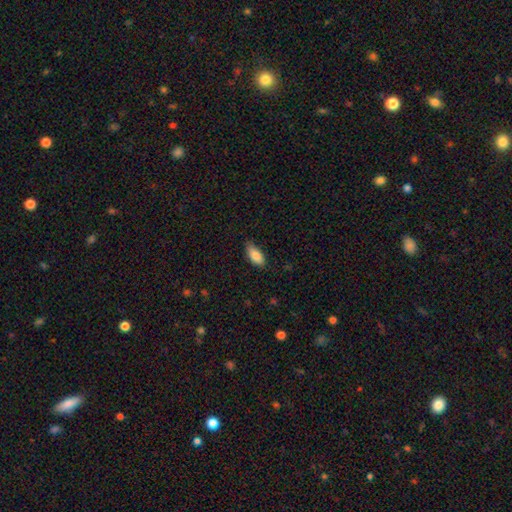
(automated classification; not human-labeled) A smooth galaxy with no disk features (86%) that is in between round and cigar-shaped (89%).

Vote fractions:
- Smooth or featured? smooth: 86% / featured or disk: 7% / star or artifact: 7%
- How rounded? in between: 89% / cigar-shaped: 9% / round: 2%
- Merging? none: 75% / minor disturbance: 21% / major disturbance: 3% / merger: 1%